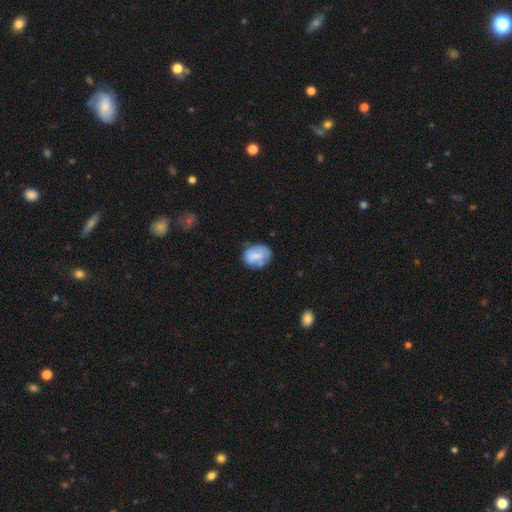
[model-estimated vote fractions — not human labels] This appears to be a smooth galaxy with no disk features (66%) that is in between round and cigar-shaped (63%). Merging: none (58%).